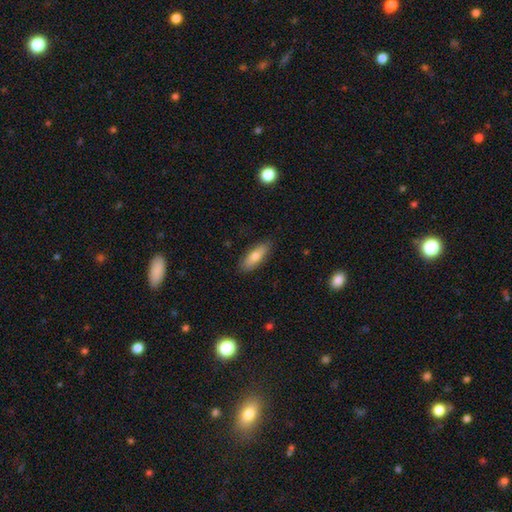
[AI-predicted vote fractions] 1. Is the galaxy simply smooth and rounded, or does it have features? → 73% smooth, 21% featured or disk, 6% star or artifact.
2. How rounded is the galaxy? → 60% in between, 38% cigar-shaped, 2% round.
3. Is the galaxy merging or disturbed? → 86% none, 11% minor disturbance, 2% major disturbance, 1% merger.